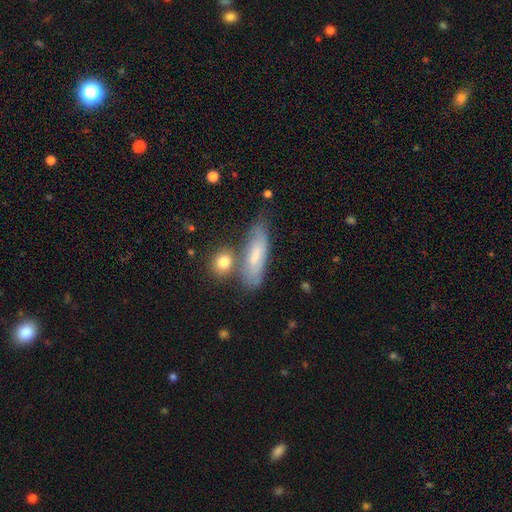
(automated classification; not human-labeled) This is possibly a smooth galaxy (59%). How rounded: possibly cigar-shaped (56%). Merging: likely none (64%).